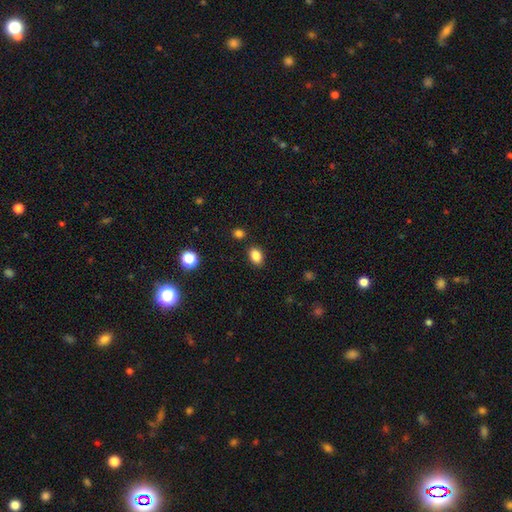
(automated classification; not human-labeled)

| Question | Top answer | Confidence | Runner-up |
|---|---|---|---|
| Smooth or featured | smooth | 85% | star or artifact (10%) |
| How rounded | in between | 79% | round (19%) |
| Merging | none | 85% | minor disturbance (9%) |